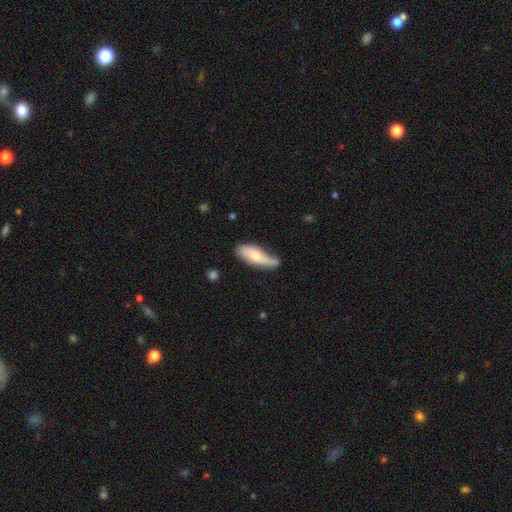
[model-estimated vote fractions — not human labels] This appears to be a smooth galaxy with no disk features (60%) that is in between round and cigar-shaped (65%). Merging: none (45%).